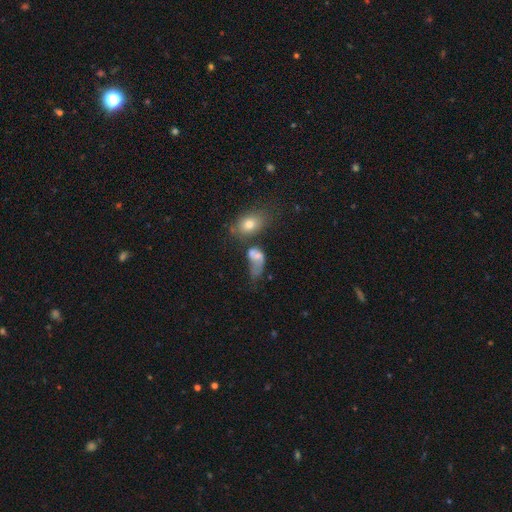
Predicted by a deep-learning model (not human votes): Q: Smooth or featured?
A: smooth (63%); runner-up: featured or disk (24%)
Q: How rounded?
A: in between (81%); runner-up: round (16%)
Q: Merging?
A: merger (38%); runner-up: major disturbance (32%)